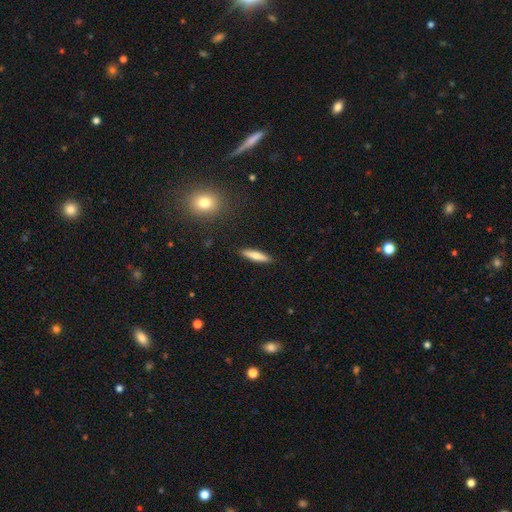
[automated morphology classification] Smooth or featured: smooth — 74% (featured or disk — 20%)
How rounded: cigar-shaped — 82% (in between — 16%)
Merging: none — 90% (minor disturbance — 7%)